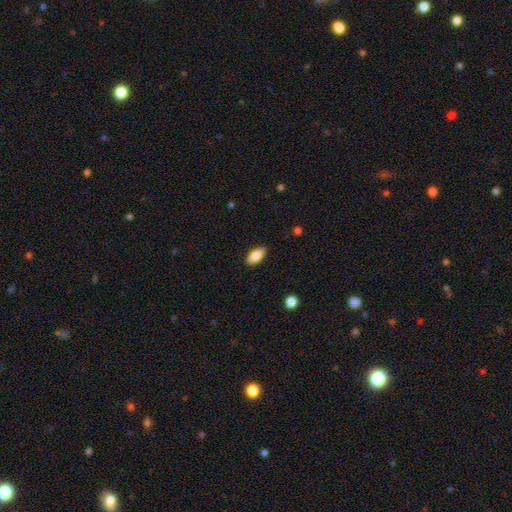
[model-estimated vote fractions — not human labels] smooth-or-featured: smooth: 85% | featured or disk: 8% | star or artifact: 7%
  how-rounded: in between: 91% | cigar-shaped: 7% | round: 2%
  merging: none: 87% | minor disturbance: 10% | major disturbance: 2% | merger: 1%